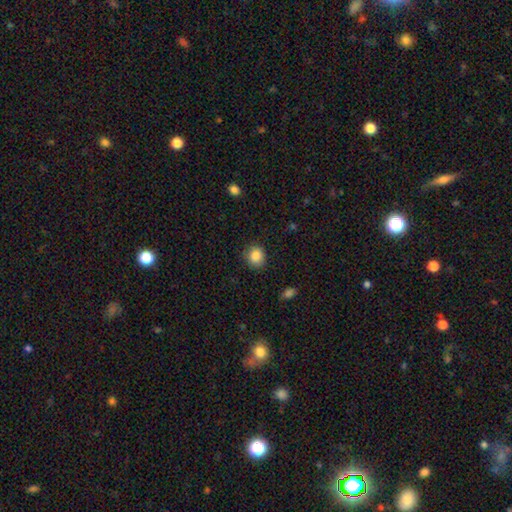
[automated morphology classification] Smooth or featured? smooth (86%)
How rounded? round (79%)
Merging? none (86%)